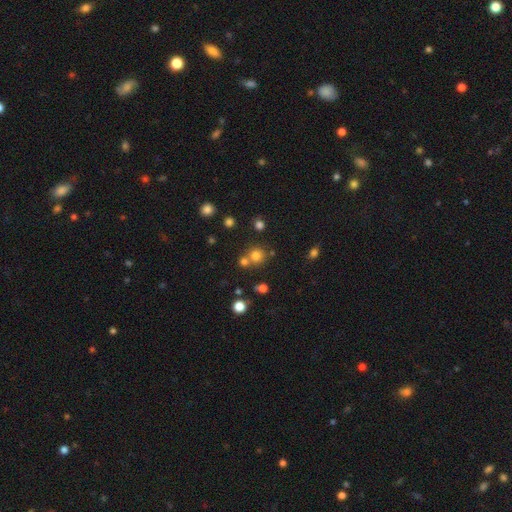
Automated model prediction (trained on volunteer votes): smooth 75%, star or artifact 18%, featured or disk 7%. Down the decision tree: how rounded — round (90%); merging — none (66%).